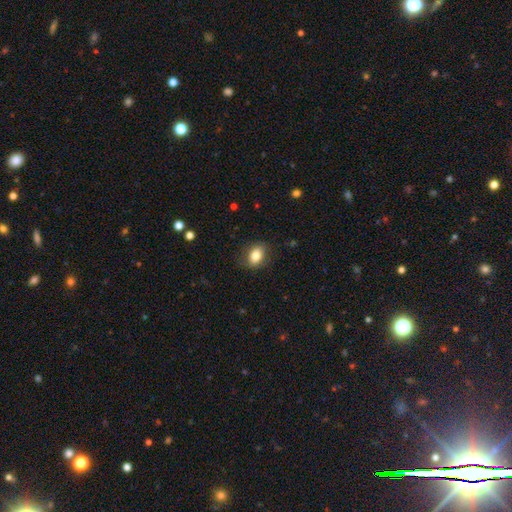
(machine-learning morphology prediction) This is likely a smooth galaxy (79%). How rounded: likely in between (77%). Merging: clearly none (82%).